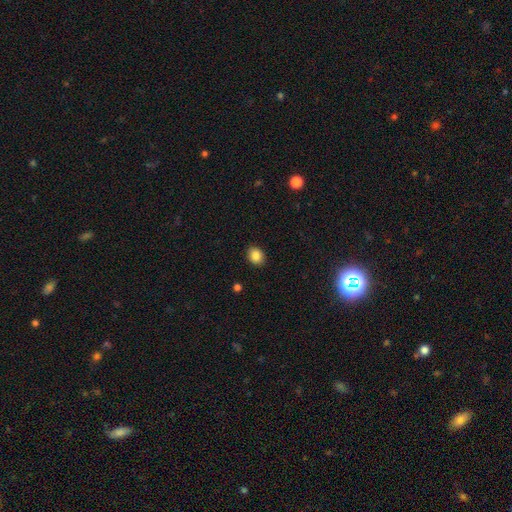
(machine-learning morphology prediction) The model was most divided on "how rounded": in between: 50%, round: 49%, cigar-shaped: 1%. More confident: merging — none (90%); smooth or featured — smooth (86%).